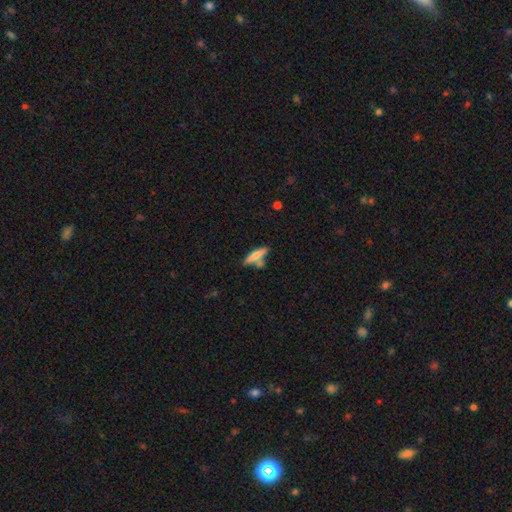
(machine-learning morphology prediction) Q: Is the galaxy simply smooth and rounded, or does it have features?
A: smooth — 68%.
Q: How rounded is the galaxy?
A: cigar-shaped — 80%.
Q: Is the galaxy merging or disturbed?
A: none — 60%.